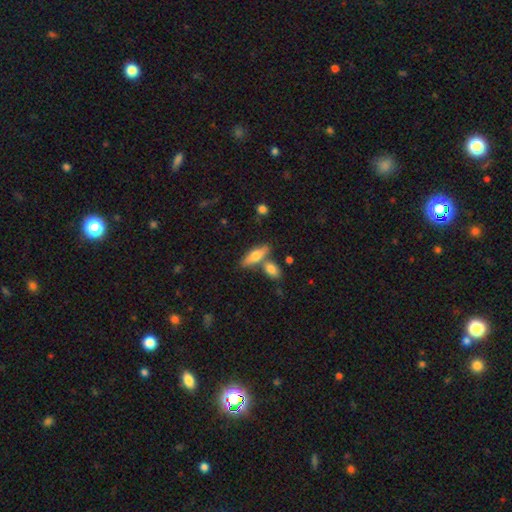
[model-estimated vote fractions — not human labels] Overall: smooth (68%). How rounded: in between (53%; cigar-shaped 44%). Merging: none (62%; merger 24%).